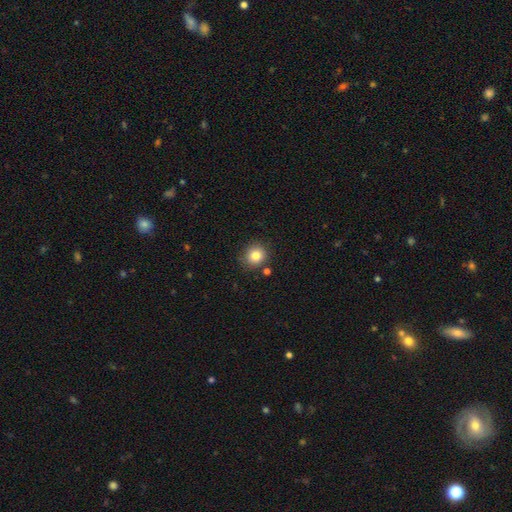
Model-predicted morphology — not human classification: type=smooth (82%); roundness=round (88%); merging=none (84%).